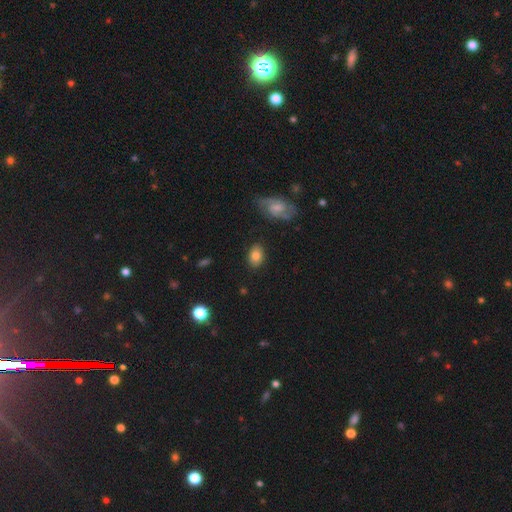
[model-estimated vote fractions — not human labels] A smooth galaxy with no disk features (77%) that is in between round and cigar-shaped (77%).

Vote fractions:
- Smooth or featured? smooth: 77% / featured or disk: 15% / star or artifact: 8%
- How rounded? in between: 77% / round: 22% / cigar-shaped: 1%
- Merging? none: 82% / minor disturbance: 13% / major disturbance: 3% / merger: 2%